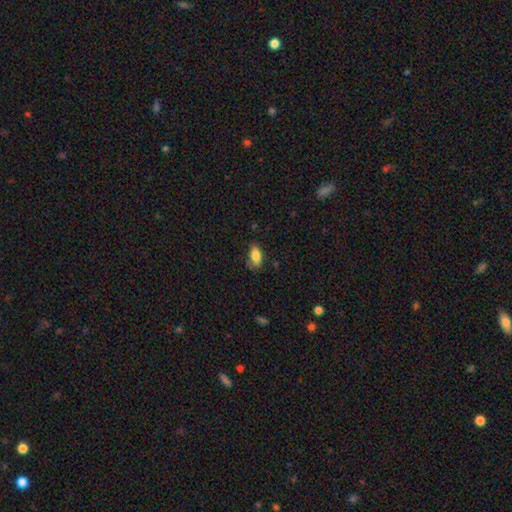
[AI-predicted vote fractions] Morphology: type=smooth (84%); roundness=in between (90%); merging=none (67%).